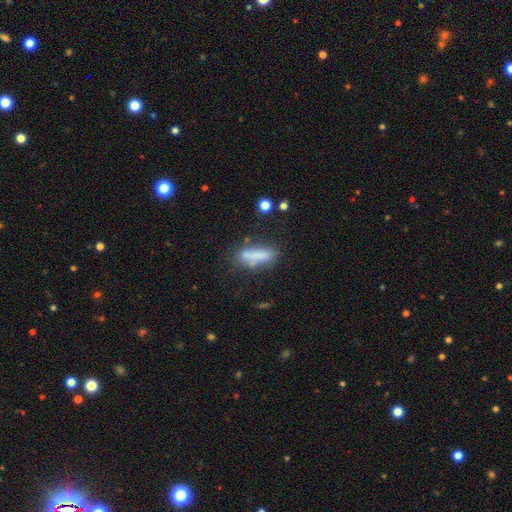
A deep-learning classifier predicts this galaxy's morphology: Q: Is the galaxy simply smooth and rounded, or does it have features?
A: smooth — 71%.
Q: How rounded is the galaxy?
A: cigar-shaped — 58%.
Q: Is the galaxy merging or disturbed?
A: none — 59%.